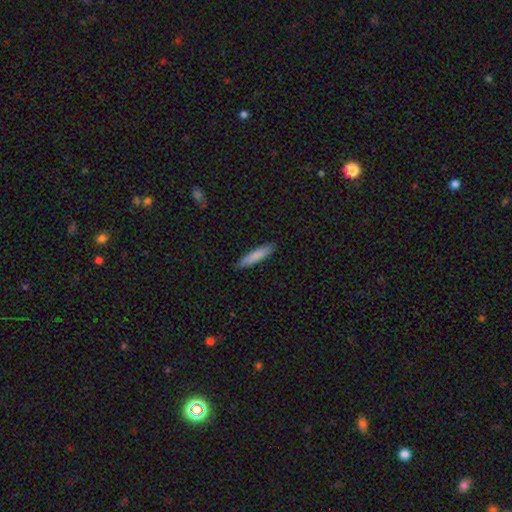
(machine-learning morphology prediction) A smooth galaxy with no disk features (83%) that is cigar-shaped (84%). Merging: none (89%).